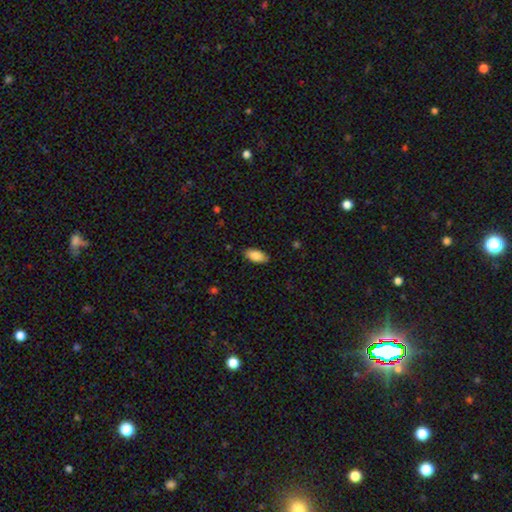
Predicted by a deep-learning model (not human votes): Smooth or featured? Predicted: smooth (p=0.86). How rounded? Predicted: in between (p=0.89). Merging? Predicted: none (p=0.87).